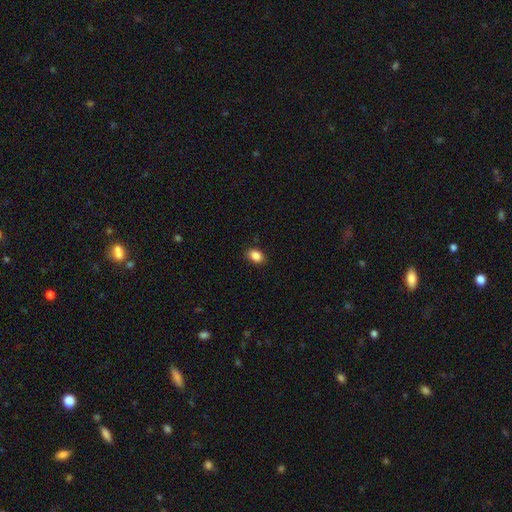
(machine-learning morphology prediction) Smooth or featured?
  - smooth: 87% *
  - star or artifact: 9%
  - featured or disk: 5%
How rounded?
  - in between: 78% *
  - round: 20%
  - cigar-shaped: 1%
Merging?
  - none: 87% *
  - minor disturbance: 10%
  - major disturbance: 2%
  - merger: 1%